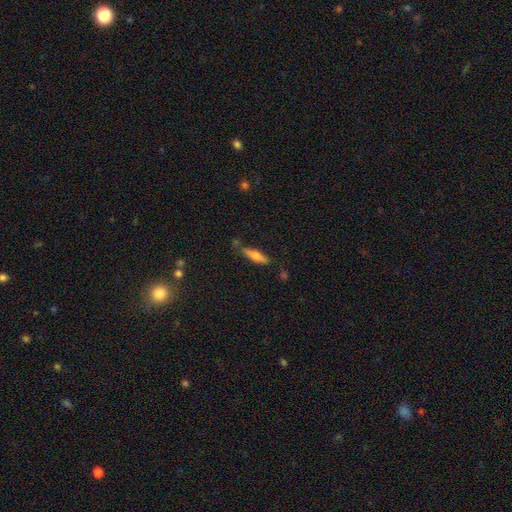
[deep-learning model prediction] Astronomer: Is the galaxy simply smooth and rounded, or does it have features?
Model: smooth — 57% (runner-up: featured or disk, 36%).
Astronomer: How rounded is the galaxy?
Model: cigar-shaped — 69%.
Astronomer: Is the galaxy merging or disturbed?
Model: none — 74%.